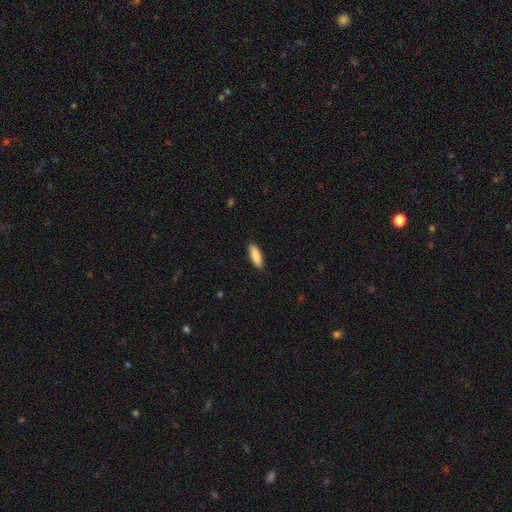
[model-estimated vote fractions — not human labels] This is clearly a smooth galaxy (88%). How rounded: possibly in between (55%). Merging: clearly none (88%).